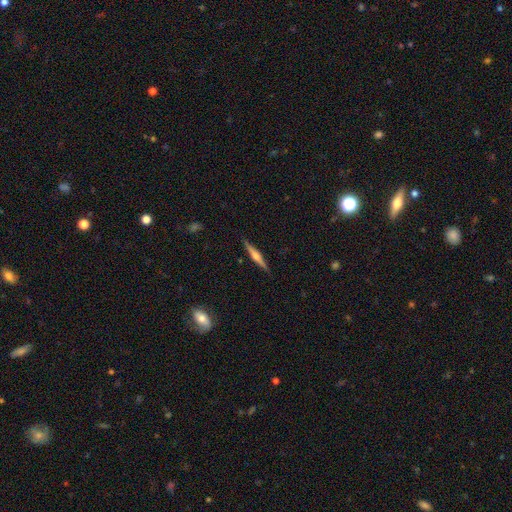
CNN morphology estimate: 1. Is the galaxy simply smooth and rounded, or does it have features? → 73% featured or disk, 21% smooth, 6% star or artifact.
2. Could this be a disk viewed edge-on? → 98% yes, 2% no.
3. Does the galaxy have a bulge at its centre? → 86% rounded, 9% boxy, 5% none.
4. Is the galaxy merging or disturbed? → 90% none, 7% minor disturbance, 1% major disturbance, 1% merger.